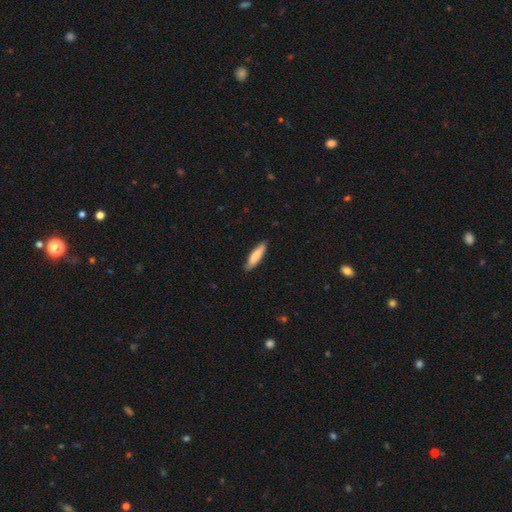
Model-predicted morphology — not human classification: Smooth or featured?
  - smooth: 83% *
  - featured or disk: 11%
  - star or artifact: 5%
How rounded?
  - cigar-shaped: 76% *
  - in between: 23%
  - round: 1%
Merging?
  - none: 86% *
  - minor disturbance: 11%
  - major disturbance: 2%
  - merger: 1%